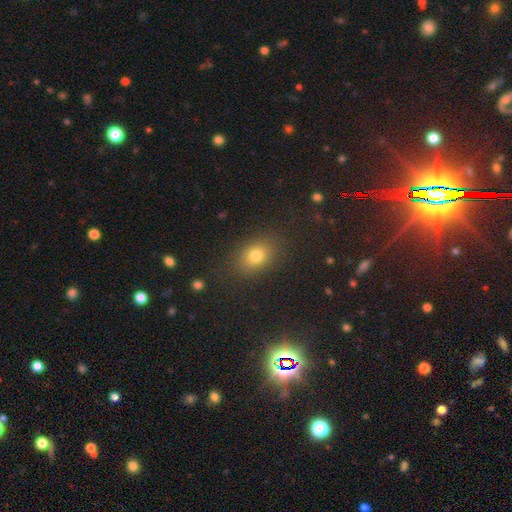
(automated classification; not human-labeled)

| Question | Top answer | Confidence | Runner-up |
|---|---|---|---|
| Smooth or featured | smooth | 70% | star or artifact (21%) |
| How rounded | in between | 61% | round (38%) |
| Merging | none | 86% | minor disturbance (9%) |